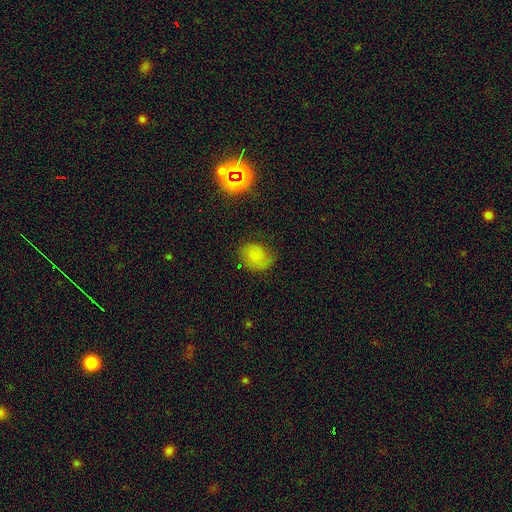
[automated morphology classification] smooth 69%, featured or disk 18%, star or artifact 14%. Down the decision tree: how rounded — in between (52%); merging — none (61%).